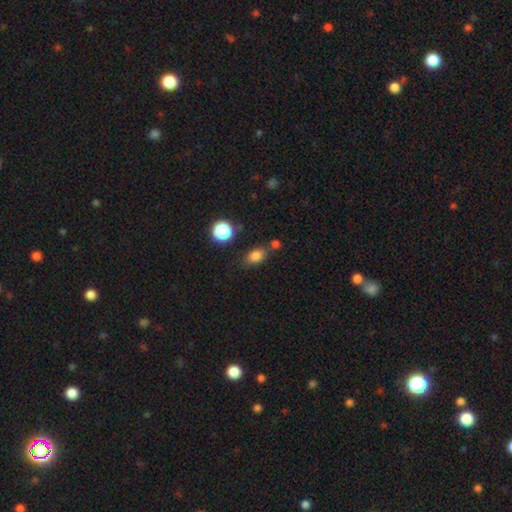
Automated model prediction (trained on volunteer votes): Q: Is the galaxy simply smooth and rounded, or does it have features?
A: smooth — 81%.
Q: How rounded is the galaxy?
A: in between — 74%.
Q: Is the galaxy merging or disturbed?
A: none — 68%.